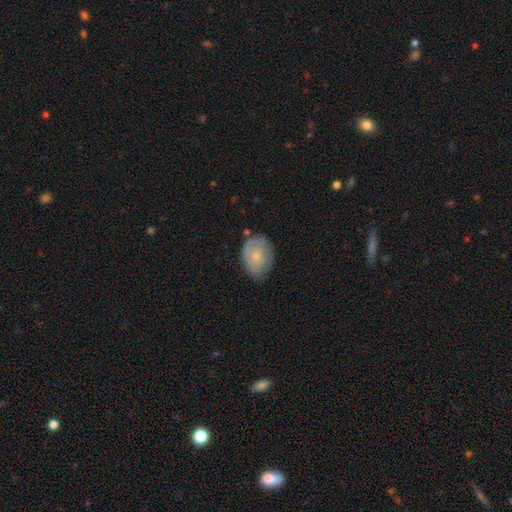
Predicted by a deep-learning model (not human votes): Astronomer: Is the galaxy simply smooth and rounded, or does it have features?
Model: smooth — 58% (runner-up: featured or disk, 35%).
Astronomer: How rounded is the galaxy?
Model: in between — 69%.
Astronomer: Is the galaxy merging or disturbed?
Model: none — 59%.